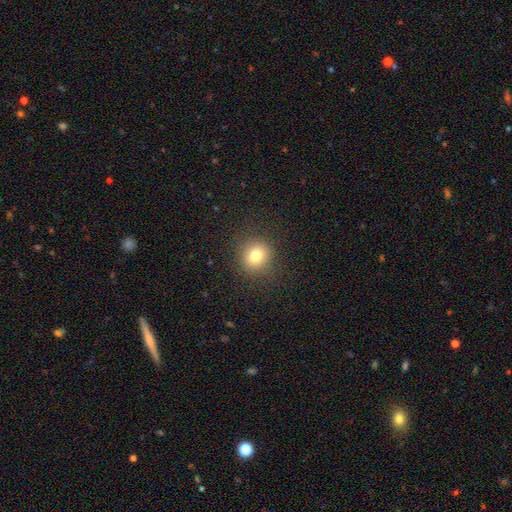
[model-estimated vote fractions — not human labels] This appears to be a smooth galaxy with no disk features (77%) that is round (87%). Merging: none (88%).